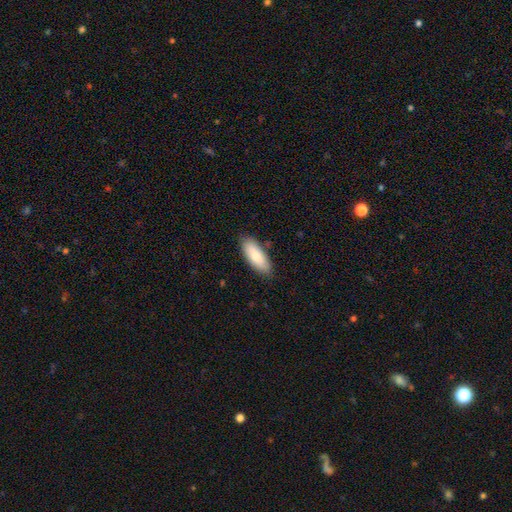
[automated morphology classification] Smooth or featured?
  - smooth: 81% *
  - featured or disk: 13%
  - star or artifact: 6%
How rounded?
  - in between: 78% *
  - cigar-shaped: 21%
  - round: 2%
Merging?
  - none: 84% *
  - minor disturbance: 13%
  - major disturbance: 2%
  - merger: 1%